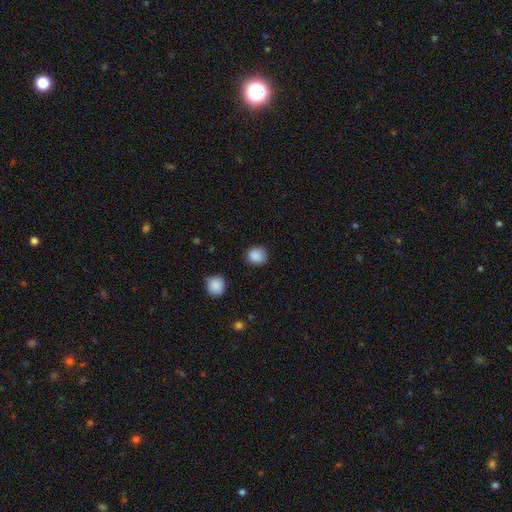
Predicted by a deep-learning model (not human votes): Morphology: type=smooth (88%); roundness=round (86%); merging=none (84%).